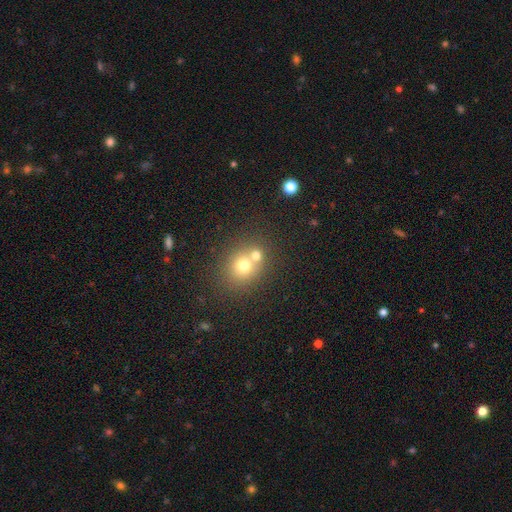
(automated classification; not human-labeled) A smooth galaxy with no disk features (71%) that is round (76%). Merging: merger (48%).